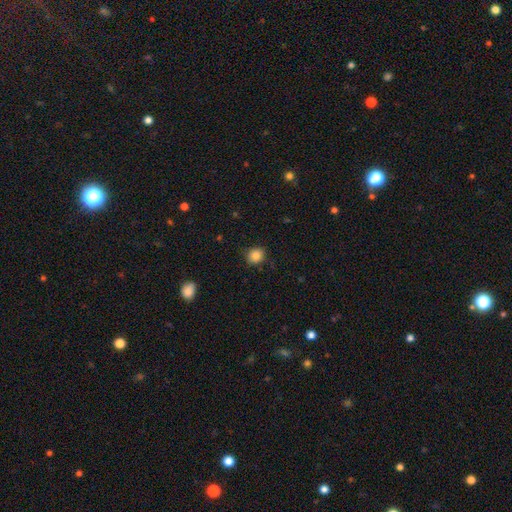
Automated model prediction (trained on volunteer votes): Smooth or featured: smooth — 86% (star or artifact — 10%)
How rounded: round — 75% (in between — 24%)
Merging: none — 86% (minor disturbance — 11%)